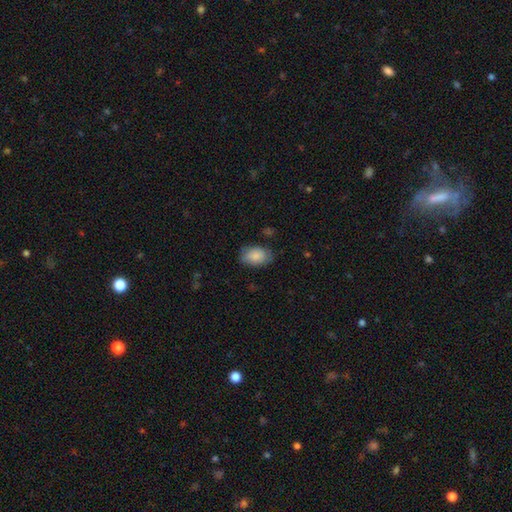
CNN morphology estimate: smooth_or_featured: smooth (p=0.84) [alt: featured or disk p=0.09]
how_rounded: in between (p=0.87) [alt: round p=0.12]
merging: none (p=0.73) [alt: minor disturbance p=0.20]